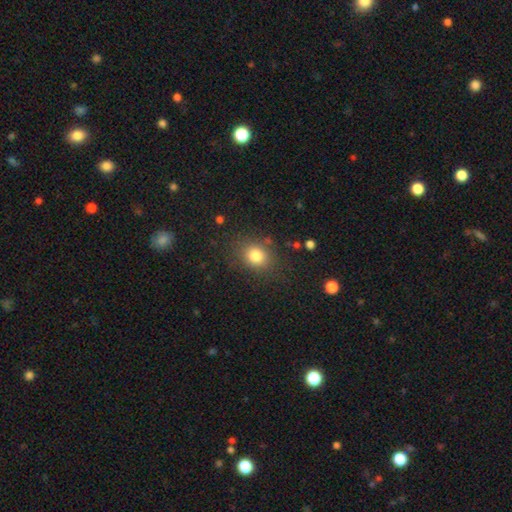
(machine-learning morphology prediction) Q: Smooth or featured?
A: smooth (80%); runner-up: star or artifact (12%)
Q: How rounded?
A: round (62%); runner-up: in between (37%)
Q: Merging?
A: none (82%); runner-up: minor disturbance (11%)